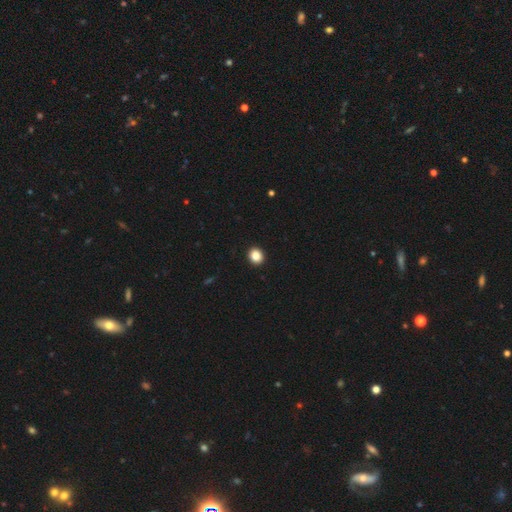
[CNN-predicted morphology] smooth-or-featured: smooth: 86% | star or artifact: 10% | featured or disk: 4%
  how-rounded: round: 75% | in between: 24% | cigar-shaped: 1%
  merging: none: 93% | minor disturbance: 4% | major disturbance: 1% | merger: 1%